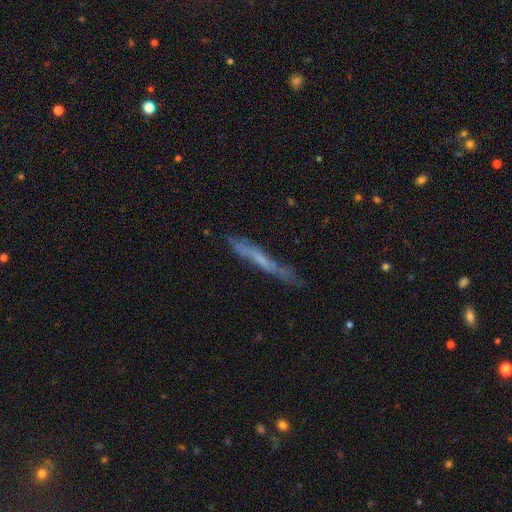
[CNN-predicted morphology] This appears to be a featured or disk galaxy (52%) viewed edge-on (86%). Merging: none (74%).